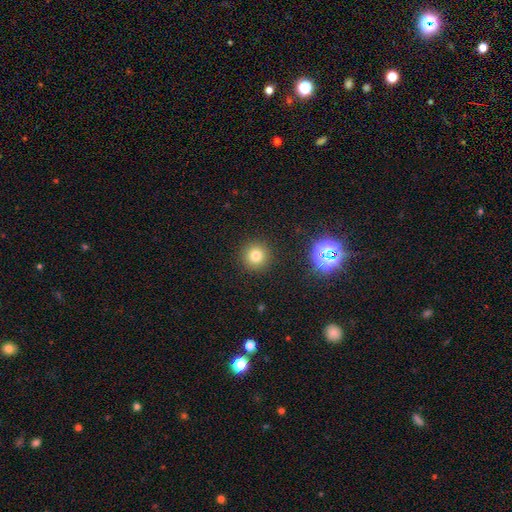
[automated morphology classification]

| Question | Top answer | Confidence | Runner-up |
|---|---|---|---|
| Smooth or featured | smooth | 76% | star or artifact (17%) |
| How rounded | round | 95% | in between (4%) |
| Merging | none | 91% | minor disturbance (5%) |